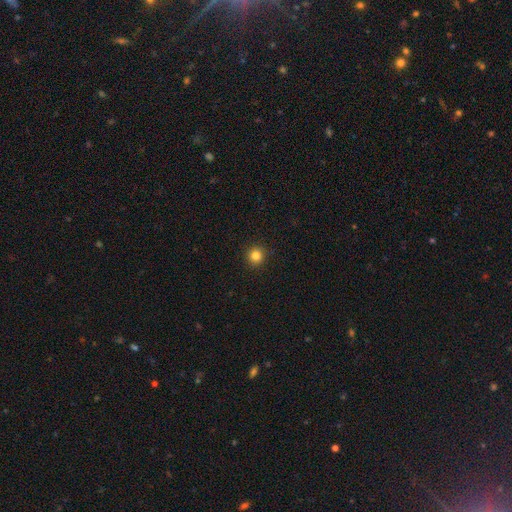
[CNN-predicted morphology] The model was most divided on "smooth or featured": smooth: 84%, star or artifact: 12%, featured or disk: 4%. More confident: how rounded — round (94%); merging — none (92%).